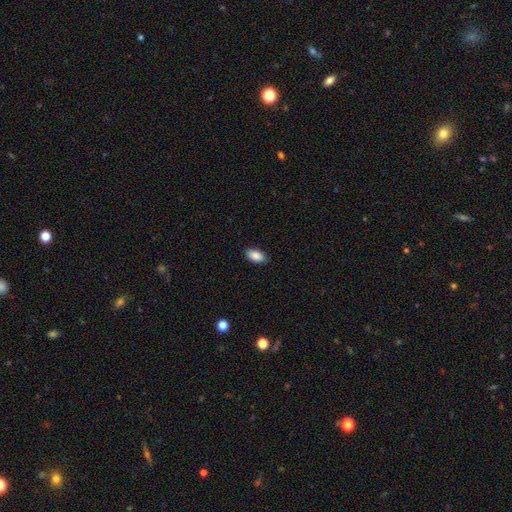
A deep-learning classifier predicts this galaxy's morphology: Smooth or featured? smooth (89%)
How rounded? in between (94%)
Merging? none (88%)